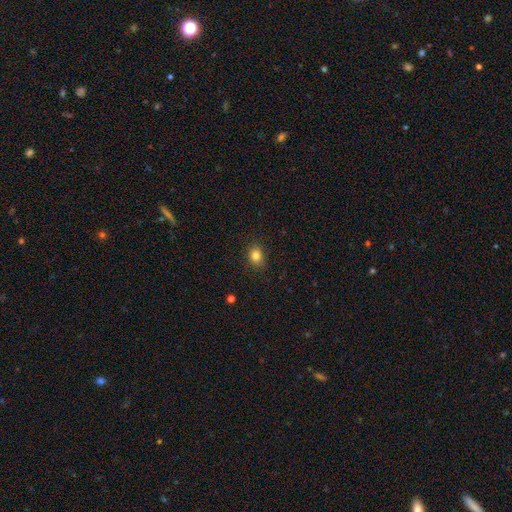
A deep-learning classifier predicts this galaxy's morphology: smooth-or-featured: smooth: 82% | star or artifact: 12% | featured or disk: 6%
  how-rounded: in between: 50% | round: 48% | cigar-shaped: 1%
  merging: none: 86% | minor disturbance: 10% | major disturbance: 2% | merger: 1%